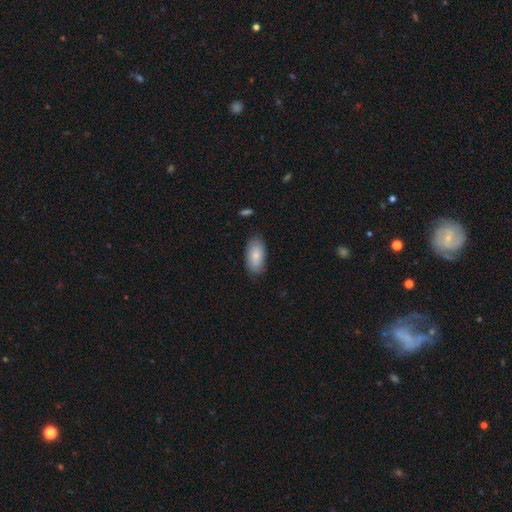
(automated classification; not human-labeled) Smooth or featured?
  - smooth: 78% *
  - featured or disk: 16%
  - star or artifact: 6%
How rounded?
  - in between: 93% *
  - cigar-shaped: 4%
  - round: 3%
Merging?
  - none: 79% *
  - minor disturbance: 17%
  - major disturbance: 3%
  - merger: 1%